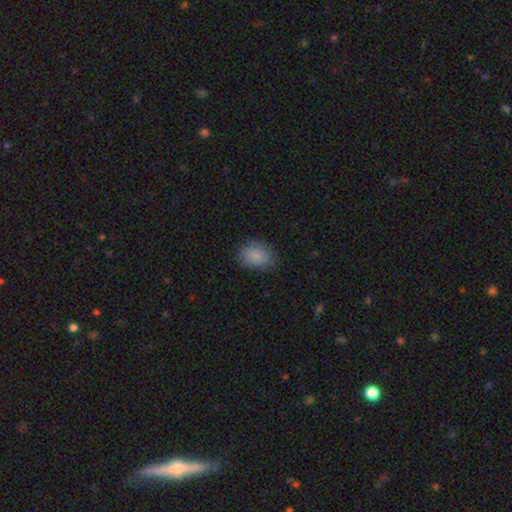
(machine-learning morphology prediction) Smooth or featured: smooth — 85% (star or artifact — 8%)
How rounded: in between — 66% (round — 33%)
Merging: none — 79% (minor disturbance — 16%)